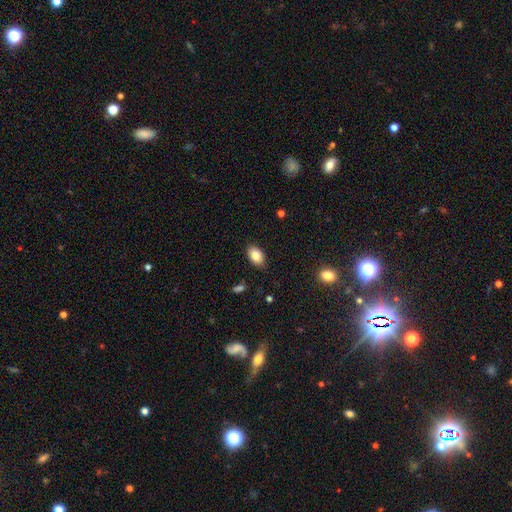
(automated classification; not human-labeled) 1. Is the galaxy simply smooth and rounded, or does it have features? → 83% smooth, 10% featured or disk, 8% star or artifact.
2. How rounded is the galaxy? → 91% in between, 8% round, 1% cigar-shaped.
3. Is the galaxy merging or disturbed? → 86% none, 11% minor disturbance, 2% major disturbance, 1% merger.